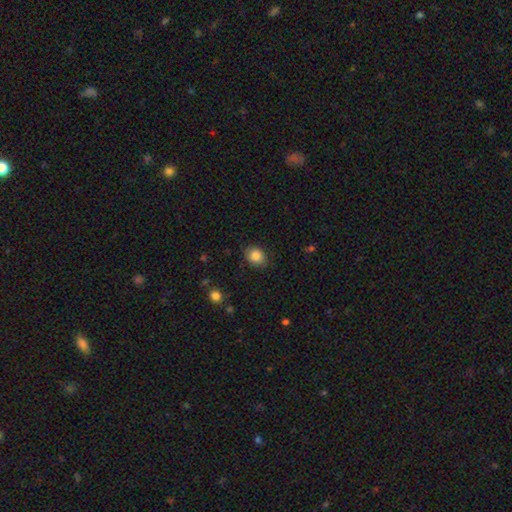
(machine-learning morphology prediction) Smooth or featured?
  - smooth: 86% *
  - star or artifact: 9%
  - featured or disk: 6%
How rounded?
  - round: 53% *
  - in between: 46%
  - cigar-shaped: 1%
Merging?
  - none: 81% *
  - minor disturbance: 14%
  - major disturbance: 3%
  - merger: 1%